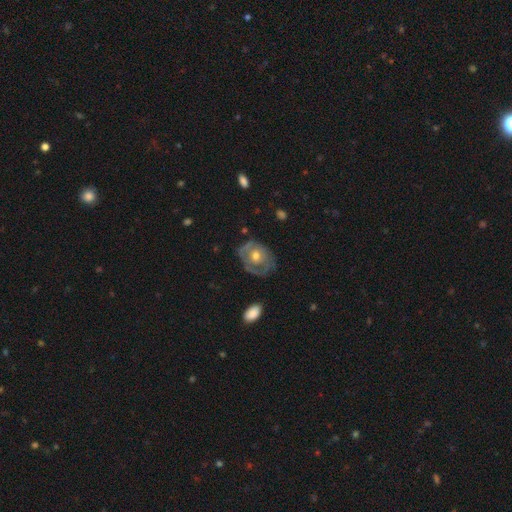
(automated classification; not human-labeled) This appears to be a featured or disk galaxy (63%) with no bar (81%), spiral arms (51%) and a moderate central bulge (66%). Merging: none (58%).